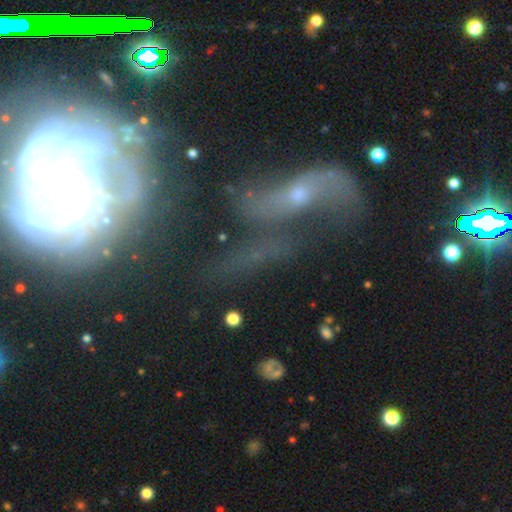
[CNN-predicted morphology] Q: Smooth or featured?
A: featured or disk (55%); runner-up: star or artifact (23%)
Q: Edge-on disk?
A: no (78%); runner-up: yes (22%)
Q: Merging?
A: major disturbance (30%); tied with: none (30%)